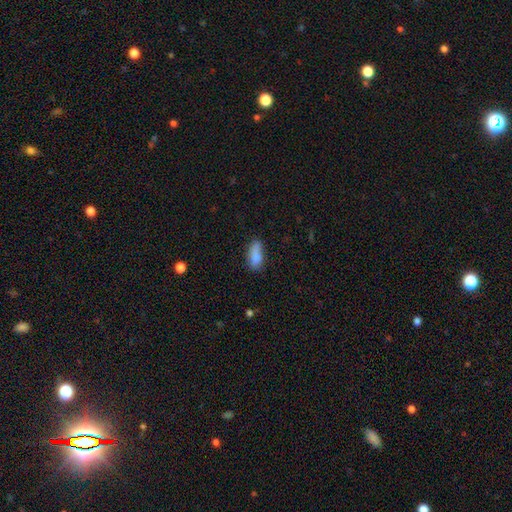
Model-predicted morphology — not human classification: This is likely a smooth galaxy (80%). How rounded: likely in between (77%). Merging: possibly none (52%).